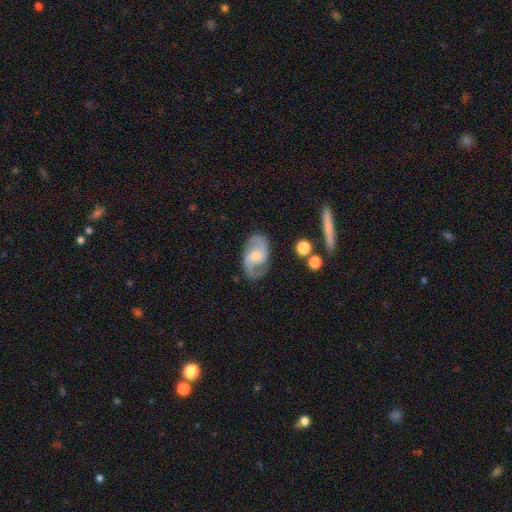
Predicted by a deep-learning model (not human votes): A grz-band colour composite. It shows a featured or disk galaxy (84%) with no bar (46%), 2 (91%) medium (51%) spiral arms (95%) and a moderate central bulge (52%). Merging: none (80%).